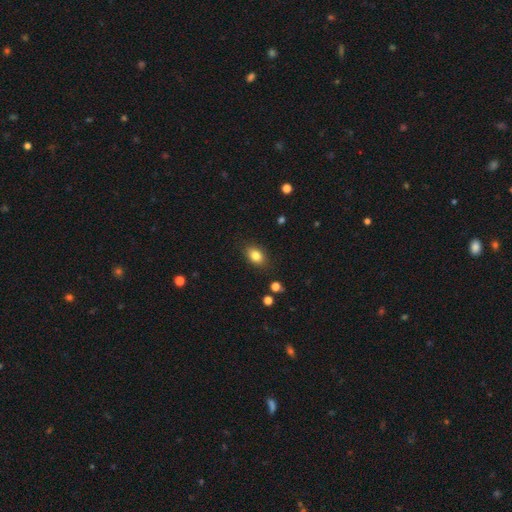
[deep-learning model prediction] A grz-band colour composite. It shows a smooth galaxy with no disk features (82%) that is in between round and cigar-shaped (78%). Merging: none (85%).